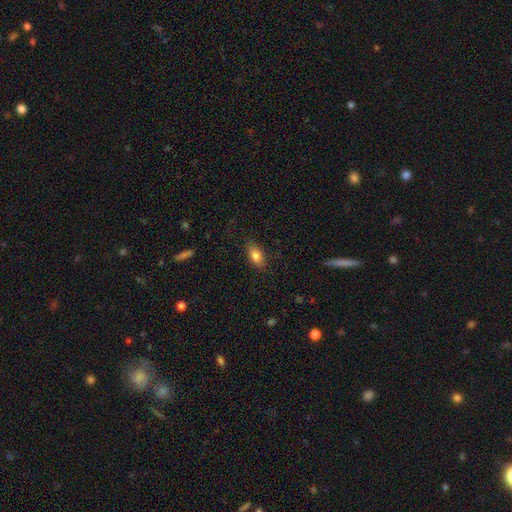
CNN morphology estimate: Overall: smooth (80%). How rounded: in between (88%). Merging: none (85%).